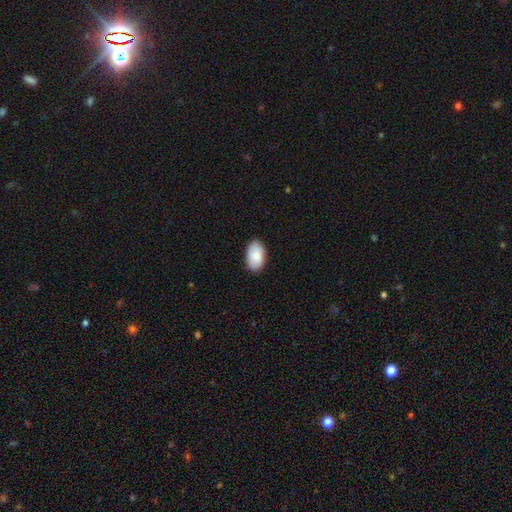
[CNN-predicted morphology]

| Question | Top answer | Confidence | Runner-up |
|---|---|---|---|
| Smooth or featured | smooth | 84% | featured or disk (10%) |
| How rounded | in between | 94% | round (5%) |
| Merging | none | 85% | minor disturbance (12%) |